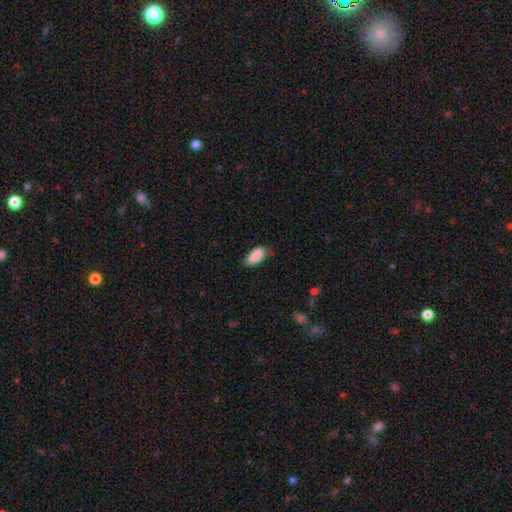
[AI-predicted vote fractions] A smooth galaxy with no disk features (89%) that is in between round and cigar-shaped (90%). Merging: none (75%).